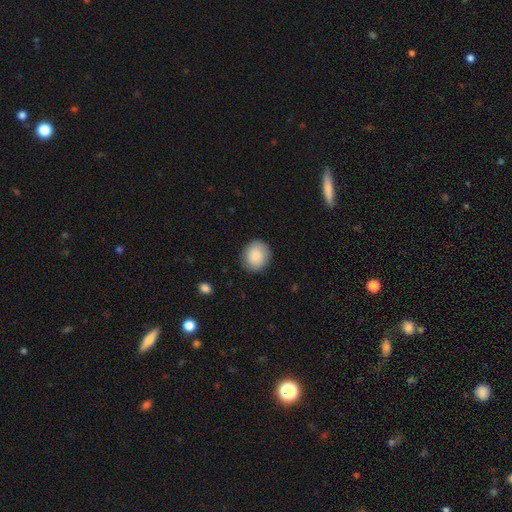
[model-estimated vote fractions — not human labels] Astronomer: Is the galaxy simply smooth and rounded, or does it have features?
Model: smooth — 88%.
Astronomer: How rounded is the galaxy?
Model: round — 69%.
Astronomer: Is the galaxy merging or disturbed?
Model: none — 87%.